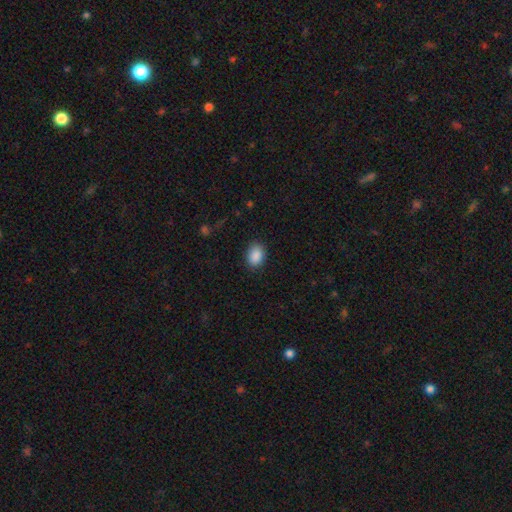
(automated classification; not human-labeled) Smooth or featured? smooth (89%)
How rounded? in between (75%)
Merging? none (87%)